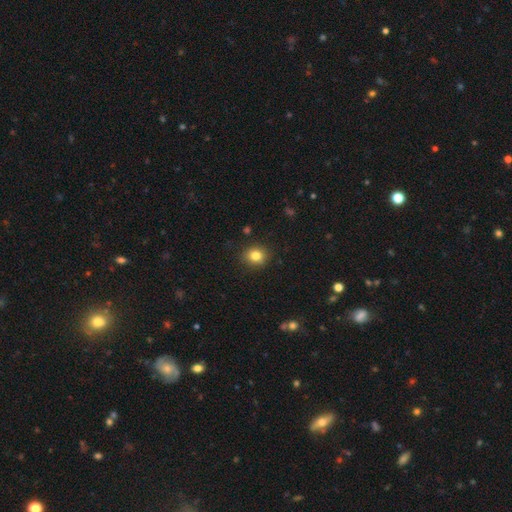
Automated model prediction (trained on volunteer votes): This appears to be a smooth galaxy with no disk features (83%) that is round (77%). Merging: none (88%).